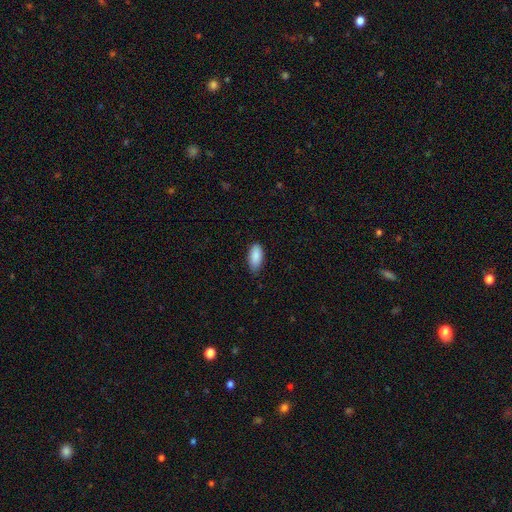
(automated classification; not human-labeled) The model was most divided on "merging": none: 74%, minor disturbance: 22%, major disturbance: 3%, merger: 1%. More confident: how rounded — in between (91%); smooth or featured — smooth (89%).